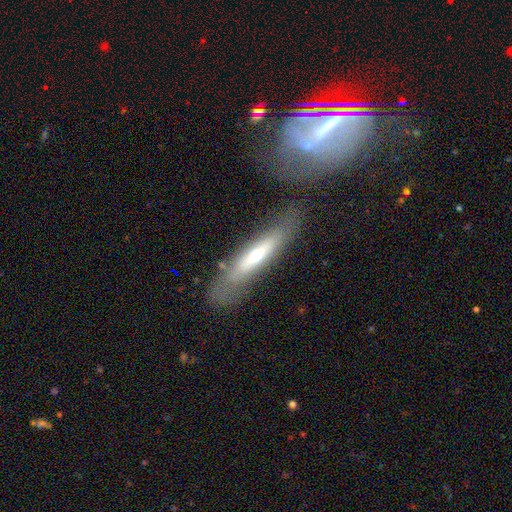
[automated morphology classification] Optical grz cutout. It shows a featured or disk galaxy (51%) viewed edge-on (63%). Merging: none (69%).